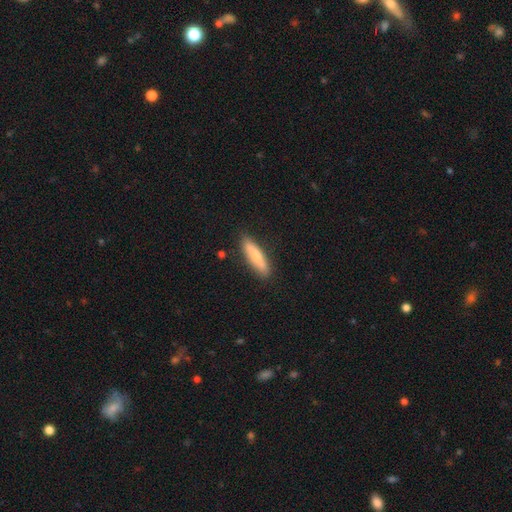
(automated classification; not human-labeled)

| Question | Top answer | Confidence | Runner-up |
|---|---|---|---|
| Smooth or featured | smooth | 71% | featured or disk (23%) |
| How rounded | cigar-shaped | 76% | in between (23%) |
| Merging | none | 84% | minor disturbance (12%) |